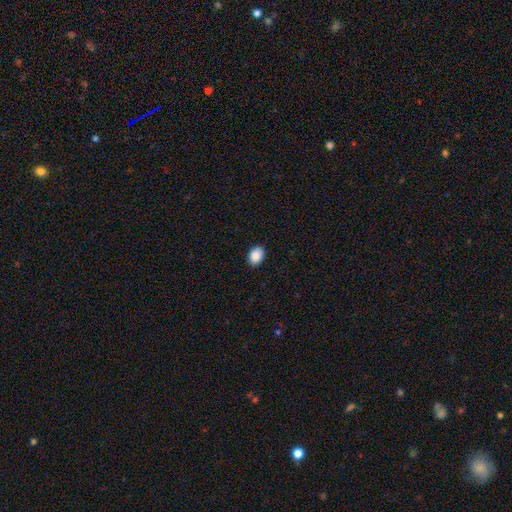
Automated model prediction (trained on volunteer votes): Q: Smooth or featured?
A: smooth (90%); runner-up: star or artifact (8%)
Q: How rounded?
A: in between (72%); runner-up: round (27%)
Q: Merging?
A: none (90%); runner-up: minor disturbance (8%)